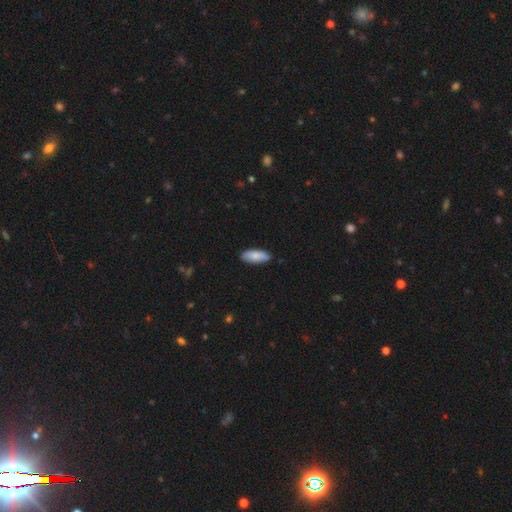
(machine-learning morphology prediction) Q: Smooth or featured?
A: smooth (84%); runner-up: featured or disk (11%)
Q: How rounded?
A: in between (76%); runner-up: cigar-shaped (22%)
Q: Merging?
A: none (87%); runner-up: minor disturbance (11%)